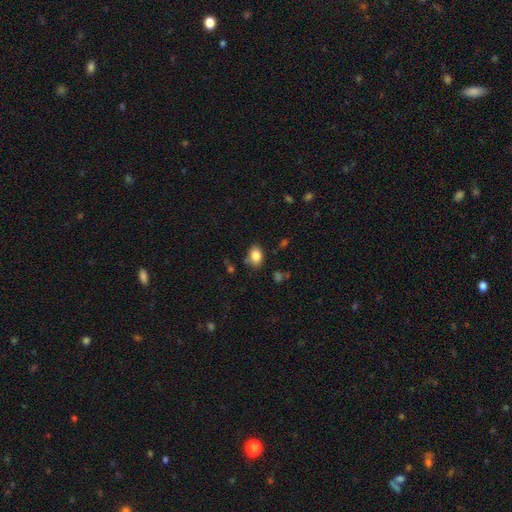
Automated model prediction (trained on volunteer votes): Smooth or featured: smooth — 84% (star or artifact — 9%)
How rounded: in between — 73% (round — 26%)
Merging: none — 77% (minor disturbance — 15%)